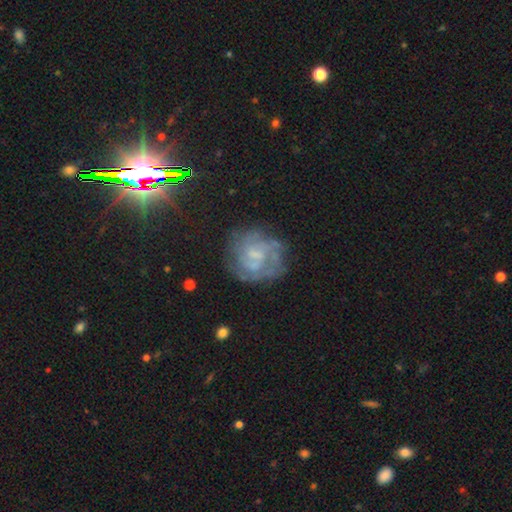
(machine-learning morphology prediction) The model was most divided on "bulge size" (2-way tie): small: 38%, none: 38%, moderate: 20%, large: 2%, dominant: 1%. Remaining: edge-on disk — no (98%); spiral arms — yes (79%); smooth or featured — featured or disk (71%); merging — none (66%); bar — no (52%); spiral winding — tight (51%); spiral arm count — can't tell (45%).